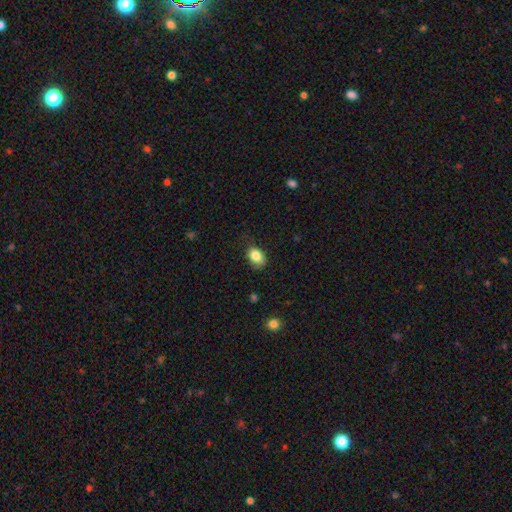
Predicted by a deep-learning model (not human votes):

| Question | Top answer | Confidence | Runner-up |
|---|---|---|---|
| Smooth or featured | smooth | 84% | star or artifact (9%) |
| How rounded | in between | 78% | round (21%) |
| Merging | none | 71% | minor disturbance (23%) |